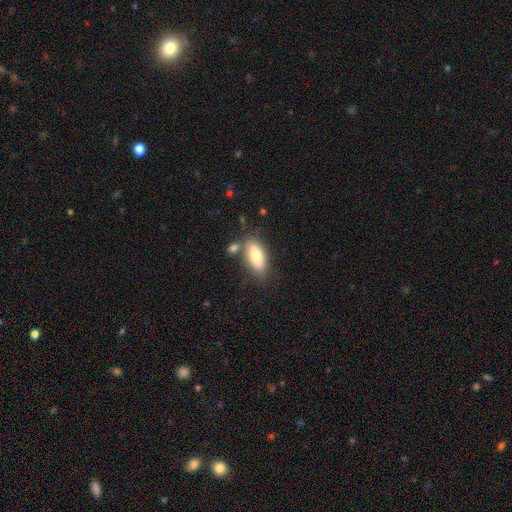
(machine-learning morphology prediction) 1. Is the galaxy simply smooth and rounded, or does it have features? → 77% smooth, 17% featured or disk, 7% star or artifact.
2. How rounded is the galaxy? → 84% in between, 14% cigar-shaped, 3% round.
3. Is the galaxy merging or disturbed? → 68% none, 15% minor disturbance, 13% merger, 4% major disturbance.